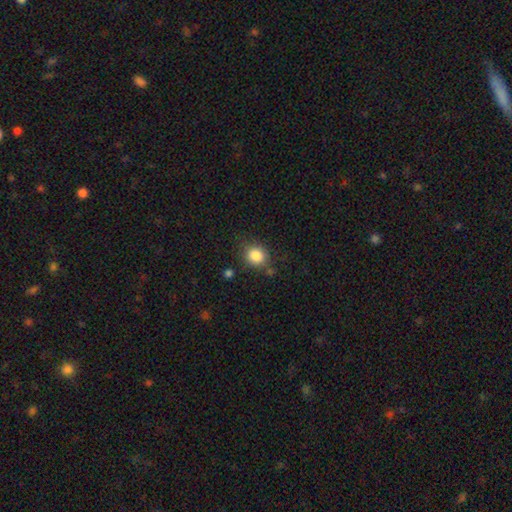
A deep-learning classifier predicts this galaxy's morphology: A smooth galaxy with no disk features (85%) that is round (79%). Merging: none (78%).